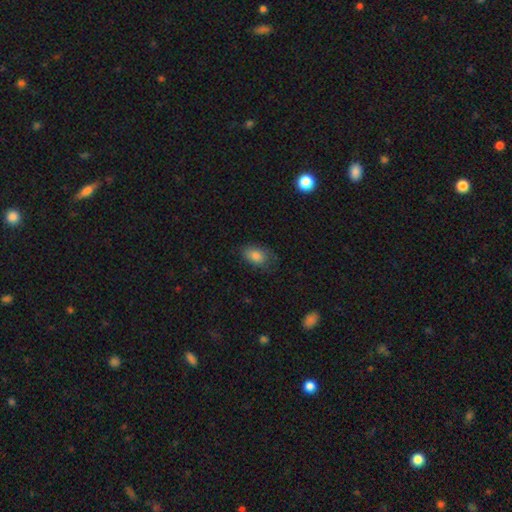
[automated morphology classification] Smooth or featured? smooth (82%)
How rounded? in between (88%)
Merging? none (65%)